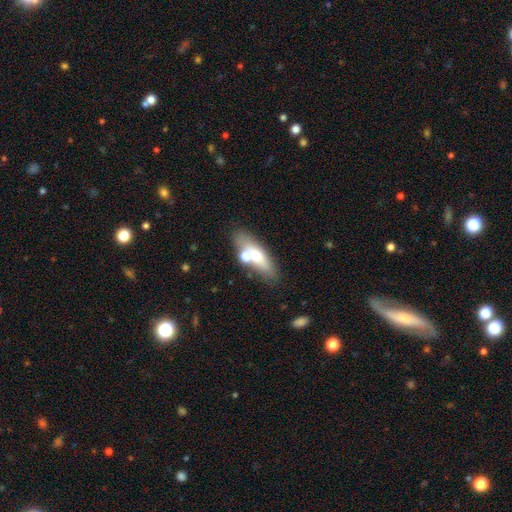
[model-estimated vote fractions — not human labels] Smooth or featured? smooth (57%)
How rounded? in between (55%)
Merging? none (64%)